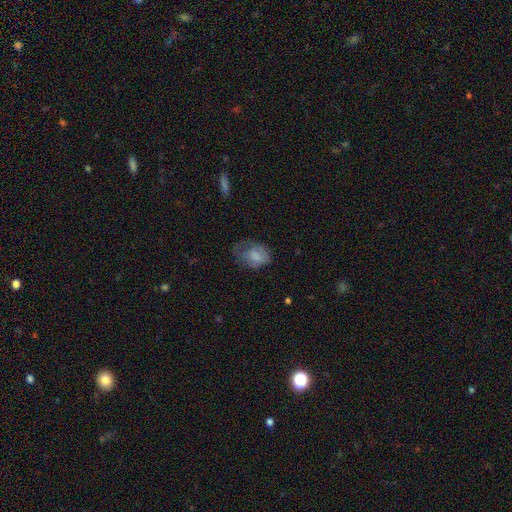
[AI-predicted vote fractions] This appears to be a smooth galaxy with no disk features (67%) that is in between round and cigar-shaped (68%). Merging: major disturbance (34%).